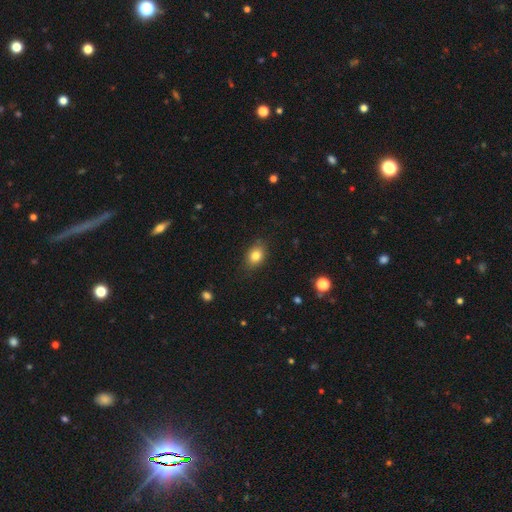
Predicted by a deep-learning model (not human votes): smooth_or_featured: smooth (p=0.82) [alt: star or artifact p=0.10]
how_rounded: in between (p=0.70) [alt: round p=0.29]
merging: none (p=0.82) [alt: minor disturbance p=0.14]